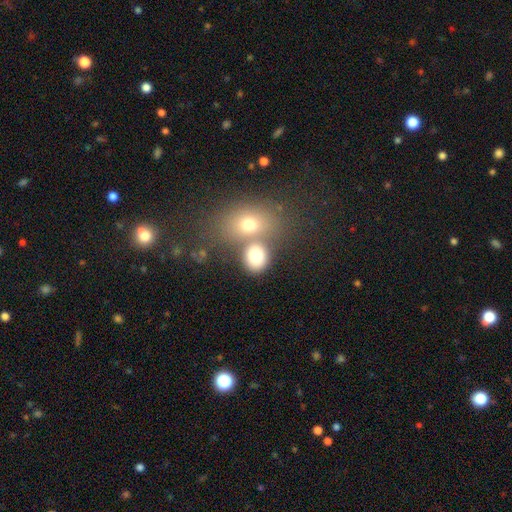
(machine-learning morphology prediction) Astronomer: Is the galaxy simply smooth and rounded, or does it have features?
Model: smooth — 75%.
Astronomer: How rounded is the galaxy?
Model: round — 56% (runner-up: in between, 43%).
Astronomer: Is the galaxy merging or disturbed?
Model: none — 47% (runner-up: merger, 38%).